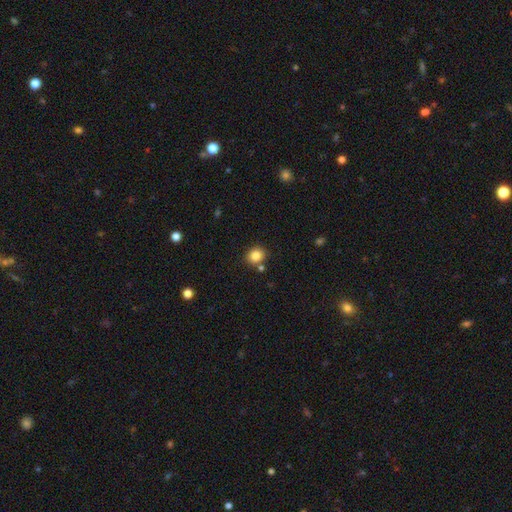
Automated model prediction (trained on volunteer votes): Q: Smooth or featured?
A: smooth (84%); runner-up: star or artifact (11%)
Q: How rounded?
A: round (72%); runner-up: in between (27%)
Q: Merging?
A: none (79%); runner-up: minor disturbance (9%)